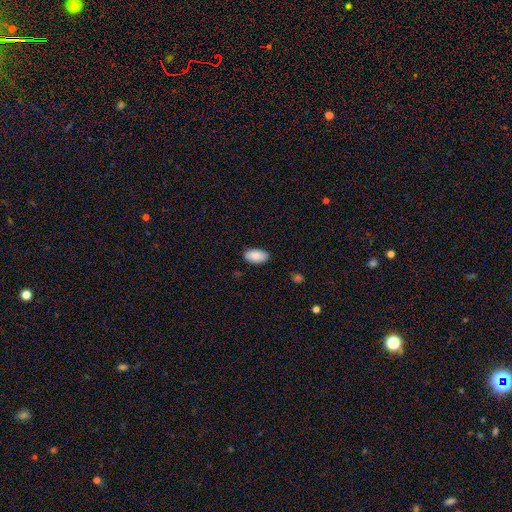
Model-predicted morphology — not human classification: Smooth or featured? Predicted: smooth (p=0.89). How rounded? Predicted: in between (p=0.95). Merging? Predicted: none (p=0.86).